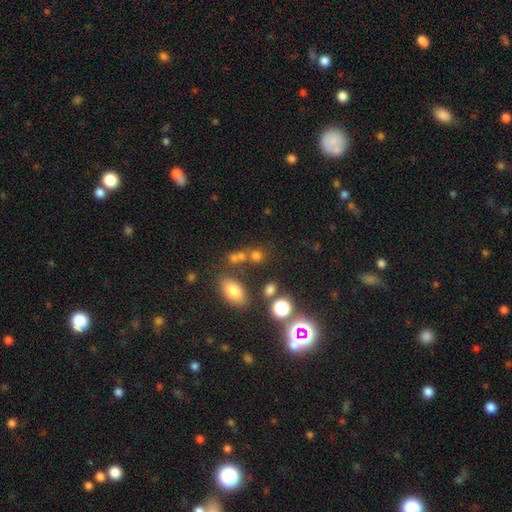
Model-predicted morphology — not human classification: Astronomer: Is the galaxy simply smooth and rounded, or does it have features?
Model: smooth — 61%.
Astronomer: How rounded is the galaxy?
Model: round — 62%.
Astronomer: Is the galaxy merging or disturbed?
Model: none — 61%.